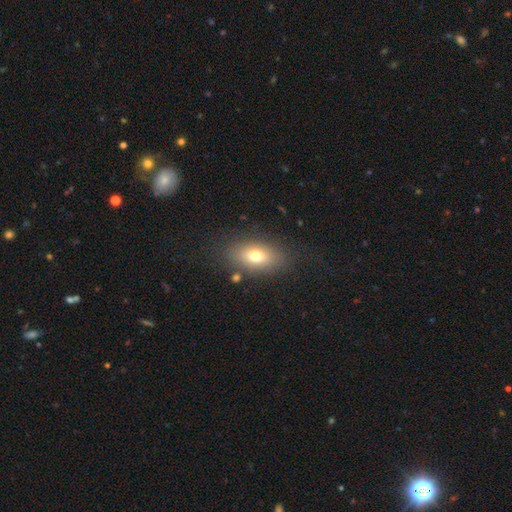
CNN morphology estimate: The model was most divided on "smooth or featured": smooth: 73%, featured or disk: 17%, star or artifact: 11%. More confident: how rounded — in between (84%); merging — none (81%).